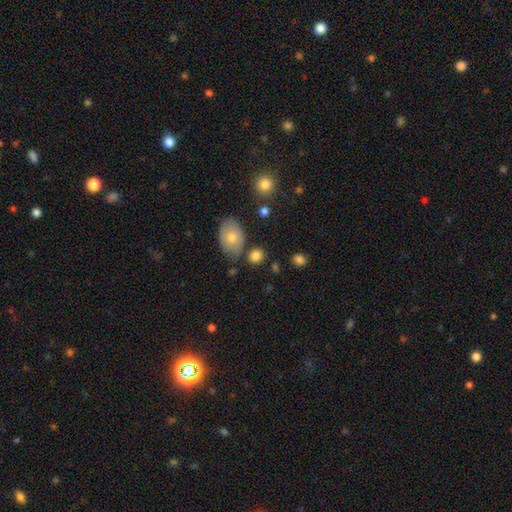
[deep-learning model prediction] Smooth or featured?
  - smooth: 82% *
  - star or artifact: 10%
  - featured or disk: 8%
How rounded?
  - round: 60% *
  - in between: 39%
  - cigar-shaped: 1%
Merging?
  - none: 74% *
  - minor disturbance: 12%
  - merger: 10%
  - major disturbance: 4%